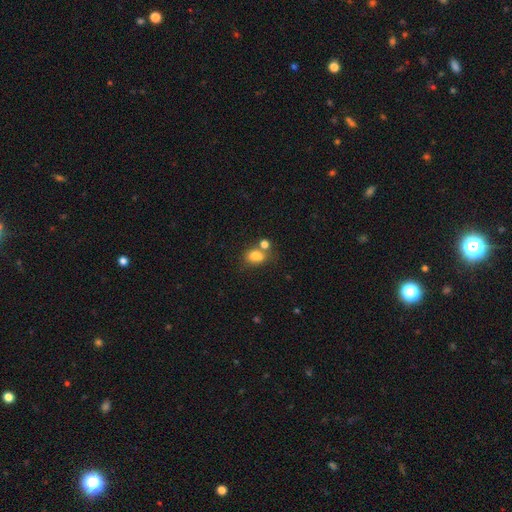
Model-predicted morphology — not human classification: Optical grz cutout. It shows a smooth galaxy with no disk features (79%) that is in between round and cigar-shaped (63%). Merging: none (47%).